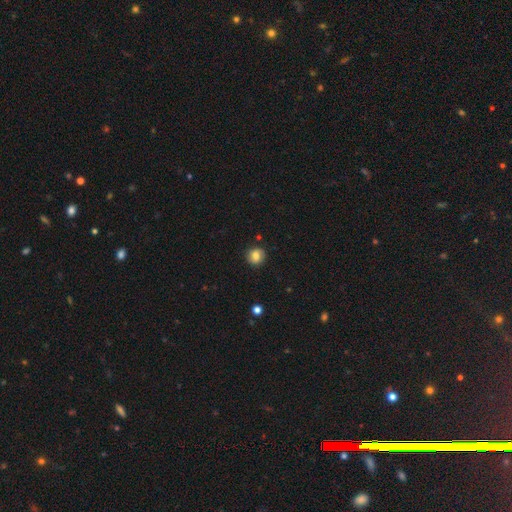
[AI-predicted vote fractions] Morphology: type=smooth (75%); roundness=round (88%); merging=none (85%).